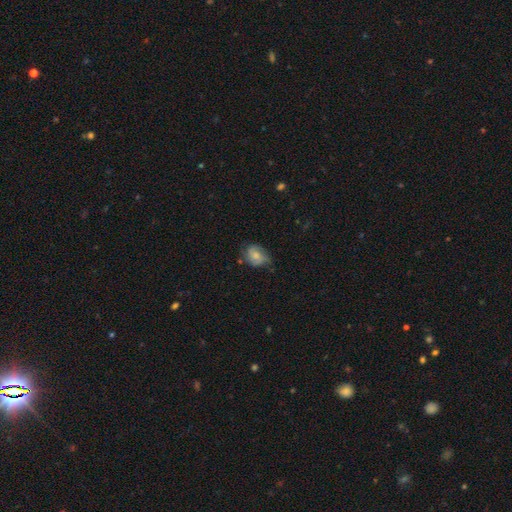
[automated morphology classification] Smooth or featured?
  - featured or disk: 48% *
  - smooth: 43%
  - star or artifact: 9%
Merging?
  - none: 59% *
  - minor disturbance: 29%
  - major disturbance: 10%
  - merger: 2%